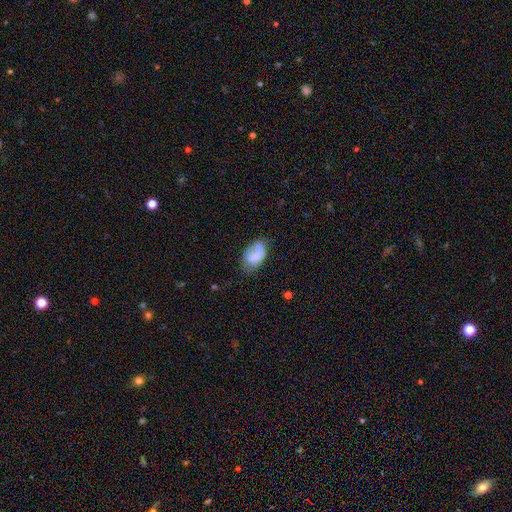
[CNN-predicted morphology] smooth_or_featured: smooth (p=0.59) [alt: featured or disk p=0.33]
how_rounded: in between (p=0.90) [alt: round p=0.08]
merging: none (p=0.40) [alt: minor disturbance p=0.30]